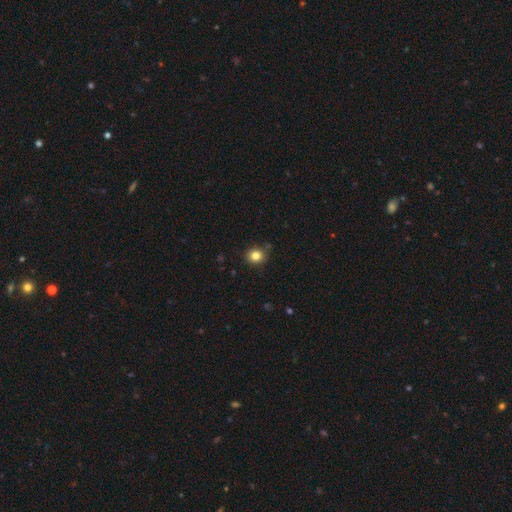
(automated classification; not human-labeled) A smooth galaxy with no disk features (83%) that is round (77%).

Vote fractions:
- Smooth or featured? smooth: 83% / star or artifact: 12% / featured or disk: 6%
- How rounded? round: 77% / in between: 22% / cigar-shaped: 1%
- Merging? none: 86% / minor disturbance: 10% / major disturbance: 2% / merger: 2%